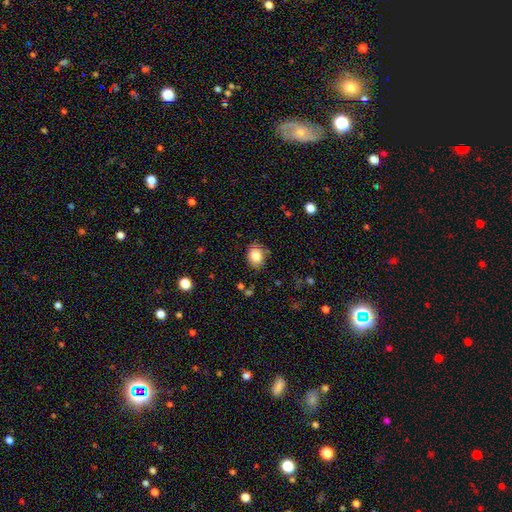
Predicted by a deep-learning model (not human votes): Smooth or featured: smooth — 83% (star or artifact — 9%)
How rounded: in between — 53% (round — 46%)
Merging: none — 79% (minor disturbance — 16%)